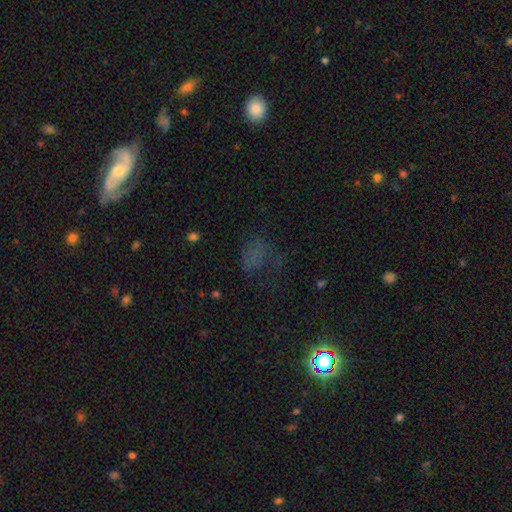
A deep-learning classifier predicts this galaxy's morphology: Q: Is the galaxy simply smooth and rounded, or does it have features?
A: smooth — 43%.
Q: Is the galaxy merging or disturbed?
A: none — 50%.